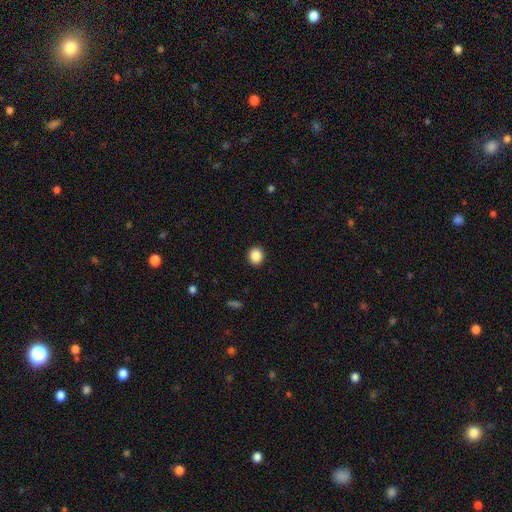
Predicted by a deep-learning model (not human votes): smooth-or-featured: smooth: 87% | star or artifact: 9% | featured or disk: 3%
  how-rounded: round: 82% | in between: 17% | cigar-shaped: 1%
  merging: none: 92% | minor disturbance: 5% | major disturbance: 2% | merger: 1%